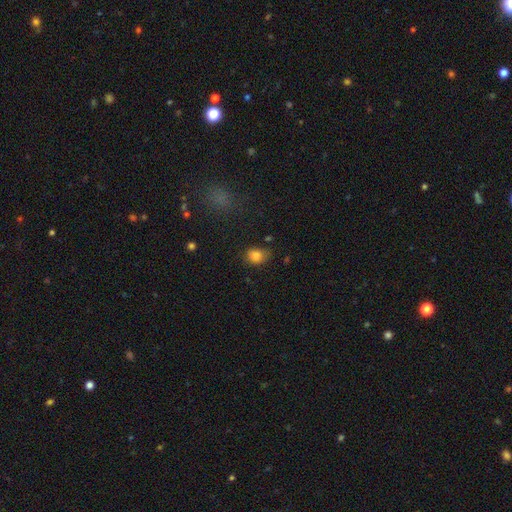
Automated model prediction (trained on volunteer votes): This appears to be a smooth galaxy with no disk features (84%) that is in between round and cigar-shaped (51%). Merging: none (65%).